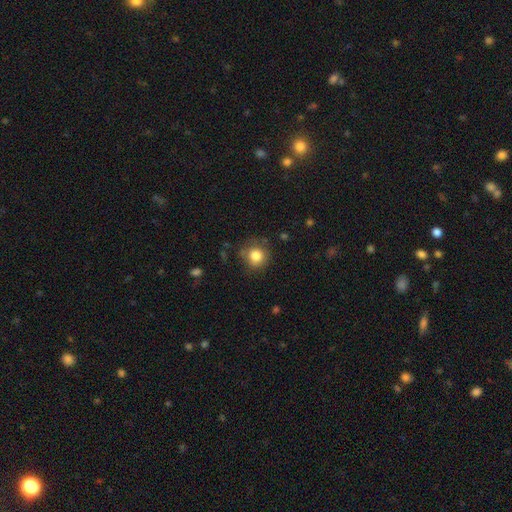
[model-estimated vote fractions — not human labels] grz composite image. It shows a smooth galaxy with no disk features (82%) that is round (90%). Merging: none (75%).